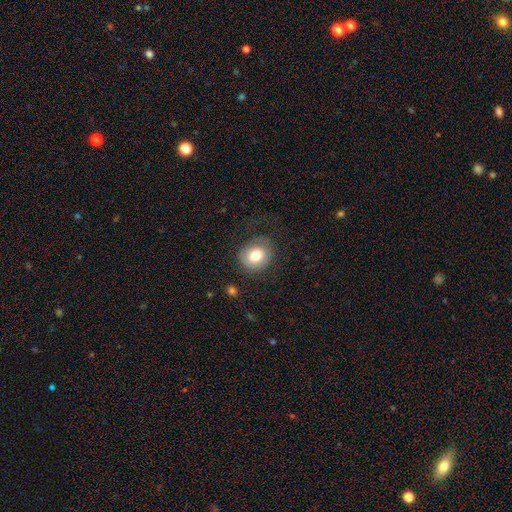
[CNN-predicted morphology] smooth 75%, featured or disk 16%, star or artifact 8%. Down the decision tree: how rounded — round (68%); merging — none (70%).